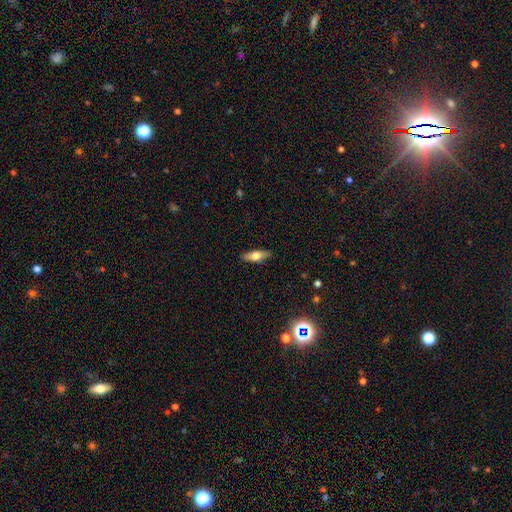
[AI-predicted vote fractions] Smooth or featured?
  - smooth: 54% *
  - featured or disk: 39%
  - star or artifact: 7%
How rounded?
  - in between: 51% *
  - cigar-shaped: 46%
  - round: 3%
Merging?
  - none: 87% *
  - minor disturbance: 10%
  - major disturbance: 2%
  - merger: 1%